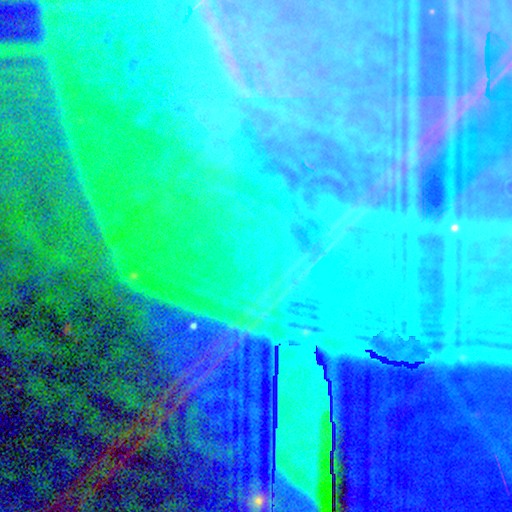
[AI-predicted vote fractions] star or artifact 85%, featured or disk 9%, smooth 6%.